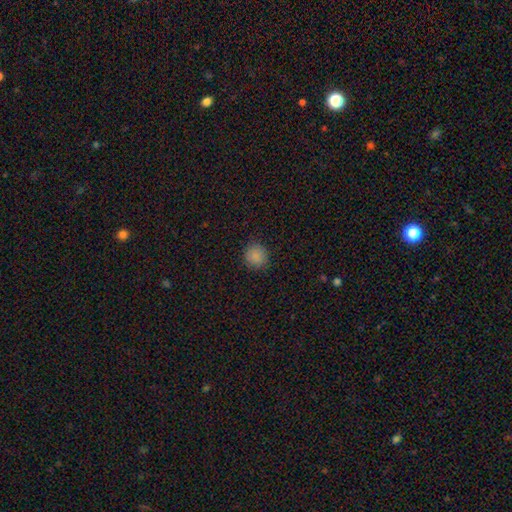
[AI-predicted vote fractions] Overall: smooth (85%). How rounded: round (91%). Merging: none (88%).